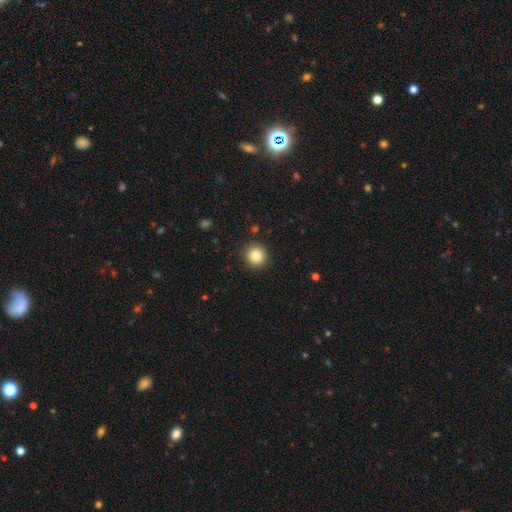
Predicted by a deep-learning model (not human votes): smooth_or_featured: smooth (p=0.85) [alt: star or artifact p=0.10]
how_rounded: round (p=0.94) [alt: in between p=0.05]
merging: none (p=0.91) [alt: minor disturbance p=0.06]